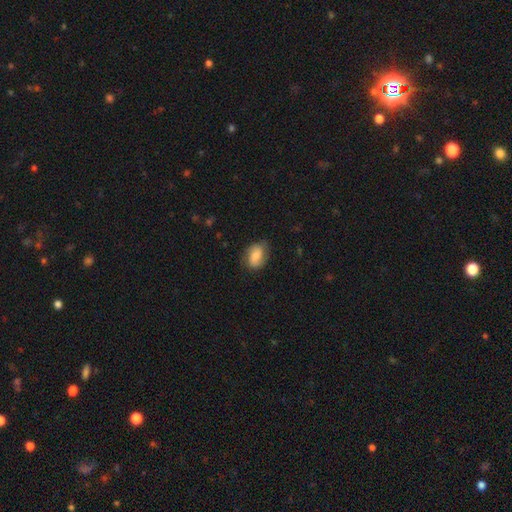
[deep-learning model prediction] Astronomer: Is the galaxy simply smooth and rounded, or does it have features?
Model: smooth — 69%.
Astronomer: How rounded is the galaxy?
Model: in between — 80%.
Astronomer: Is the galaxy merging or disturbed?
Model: none — 71%.